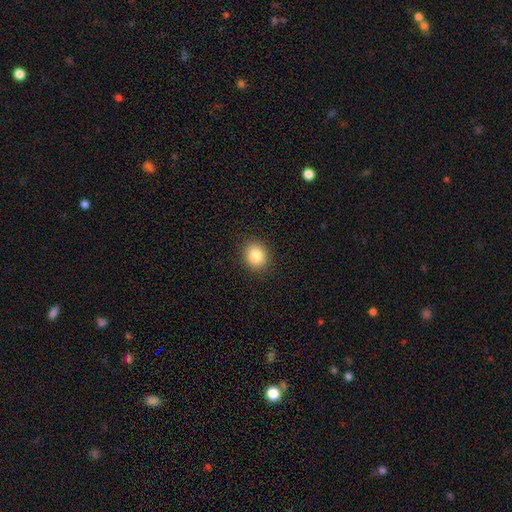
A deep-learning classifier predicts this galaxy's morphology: Smooth or featured? smooth (85%)
How rounded? round (67%)
Merging? none (90%)